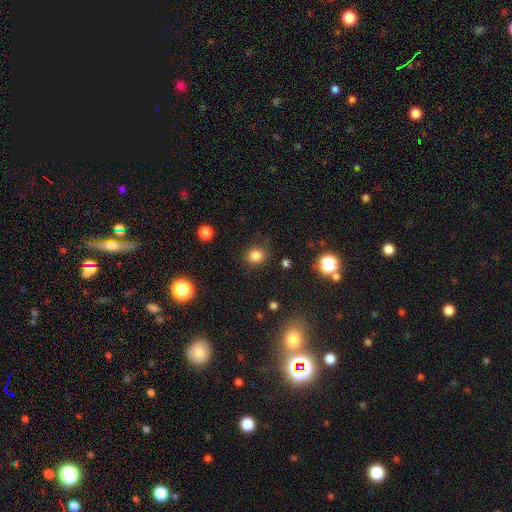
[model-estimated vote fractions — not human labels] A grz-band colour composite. It shows a smooth galaxy with no disk features (82%) that is round (80%). Merging: none (82%).